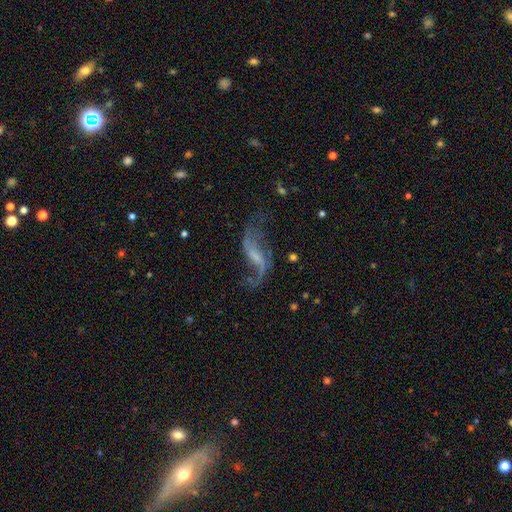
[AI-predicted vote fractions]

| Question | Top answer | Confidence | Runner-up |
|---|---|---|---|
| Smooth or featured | featured or disk | 82% | smooth (10%) |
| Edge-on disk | no | 94% | yes (6%) |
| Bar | weak | 46% | no (28%) |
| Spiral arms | yes | 91% | no (9%) |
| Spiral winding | loose | 89% | medium (9%) |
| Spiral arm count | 2 | 88% | 1 (6%) |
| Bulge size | none | 46% | small (33%) |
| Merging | none | 52% | major disturbance (25%) |